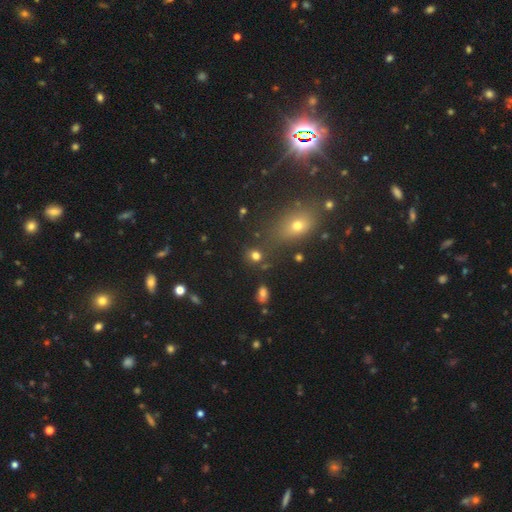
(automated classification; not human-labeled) This is likely a smooth galaxy (75%). How rounded: likely round (71%). Merging: likely none (72%).